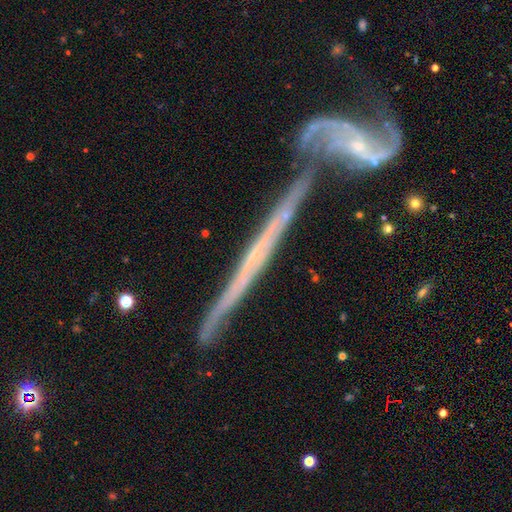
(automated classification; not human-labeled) This appears to be a featured or disk galaxy (81%) viewed edge-on (86%) with no central bulge (76%). Merging: none (49%).